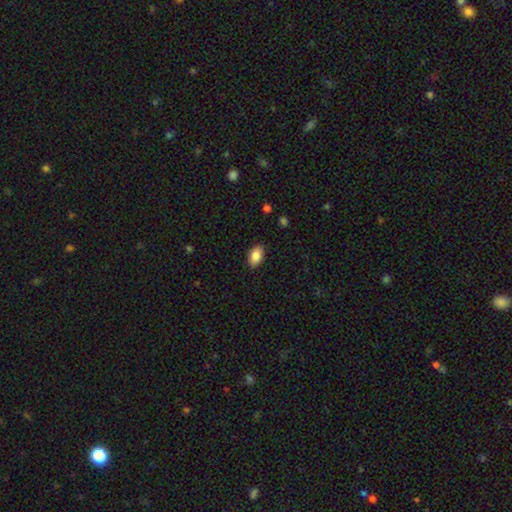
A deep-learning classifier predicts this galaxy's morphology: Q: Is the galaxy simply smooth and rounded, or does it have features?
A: smooth — 86%.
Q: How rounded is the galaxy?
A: in between — 92%.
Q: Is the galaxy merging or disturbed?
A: none — 88%.